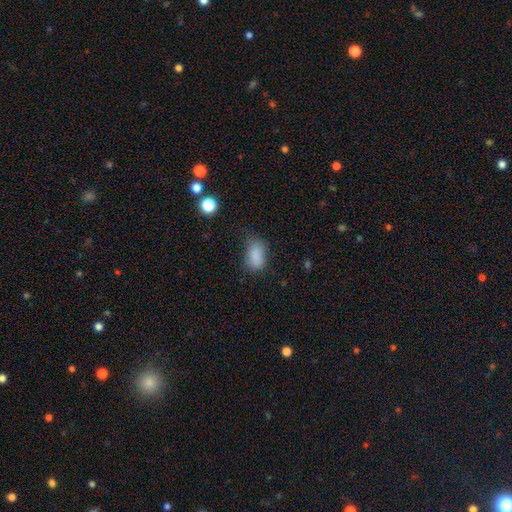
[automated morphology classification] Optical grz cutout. It shows a smooth galaxy with no disk features (84%) that is in between round and cigar-shaped (89%). Merging: none (59%).